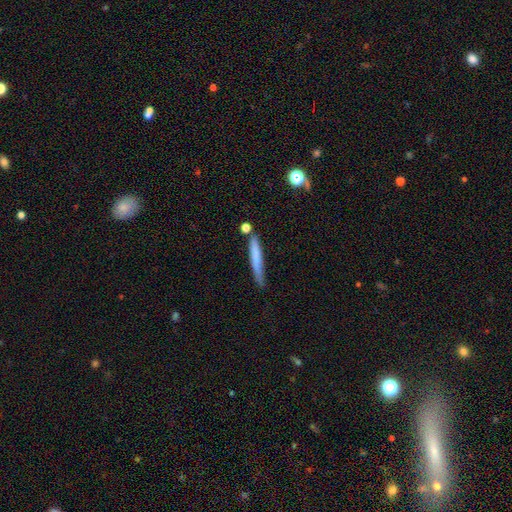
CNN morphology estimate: Smooth or featured?
  - smooth: 68% *
  - featured or disk: 24%
  - star or artifact: 7%
How rounded?
  - cigar-shaped: 95% *
  - in between: 4%
  - round: 1%
Merging?
  - none: 67% *
  - minor disturbance: 20%
  - merger: 7%
  - major disturbance: 5%